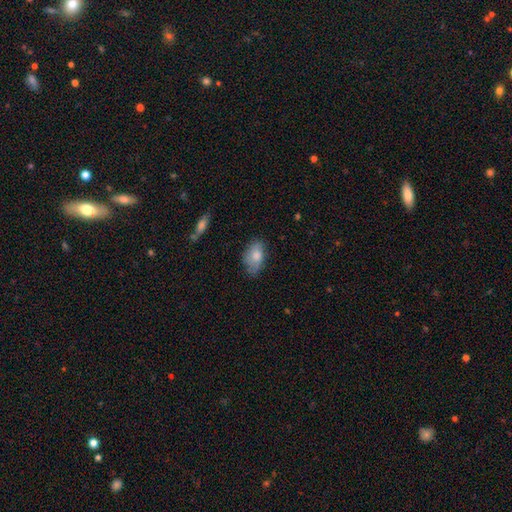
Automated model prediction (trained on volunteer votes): Overall: smooth (75%). How rounded: in between (90%). Merging: none (64%; minor disturbance 27%).